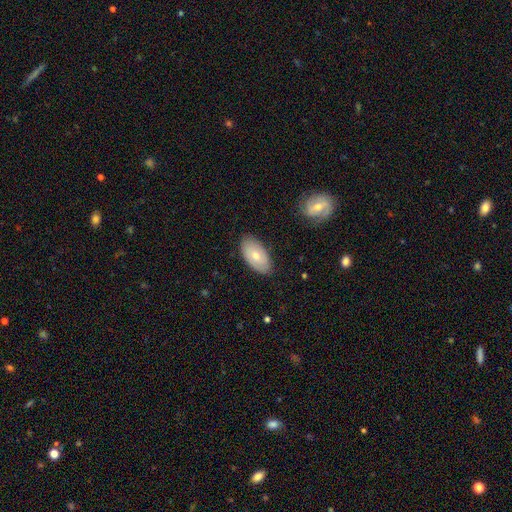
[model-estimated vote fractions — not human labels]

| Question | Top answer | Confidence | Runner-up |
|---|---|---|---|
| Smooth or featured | smooth | 65% | featured or disk (29%) |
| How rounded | in between | 95% | round (3%) |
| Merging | none | 83% | minor disturbance (13%) |